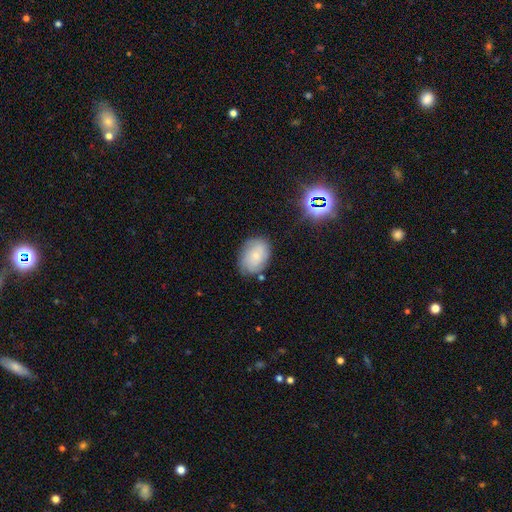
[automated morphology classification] Q: Smooth or featured?
A: smooth (61%); runner-up: featured or disk (29%)
Q: How rounded?
A: in between (80%); runner-up: round (19%)
Q: Merging?
A: none (74%); runner-up: minor disturbance (19%)